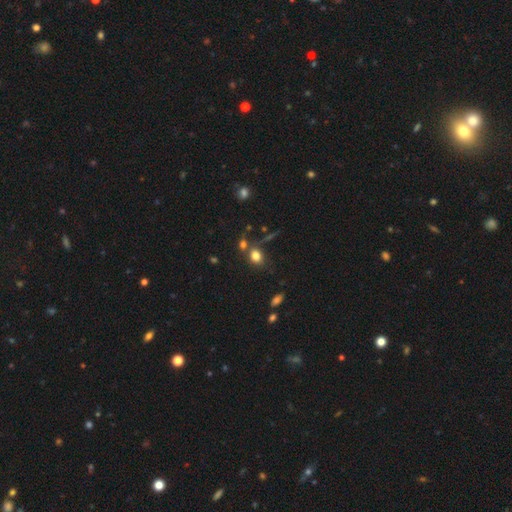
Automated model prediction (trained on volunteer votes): The model was most divided on "how rounded": round: 51%, in between: 47%, cigar-shaped: 2%. More confident: smooth or featured — smooth (78%); merging — none (61%).